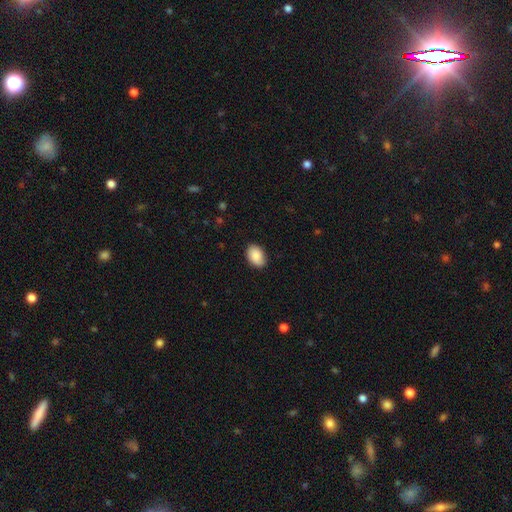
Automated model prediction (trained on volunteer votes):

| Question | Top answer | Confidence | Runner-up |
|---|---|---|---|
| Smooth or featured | smooth | 88% | star or artifact (6%) |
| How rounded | in between | 86% | round (13%) |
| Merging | none | 85% | minor disturbance (11%) |